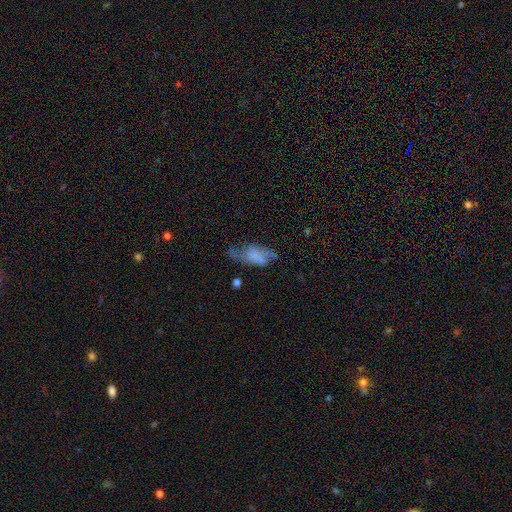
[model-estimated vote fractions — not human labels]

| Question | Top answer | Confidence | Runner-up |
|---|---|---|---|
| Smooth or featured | smooth | 49% | featured or disk (41%) |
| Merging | none | 38% | minor disturbance (30%) |